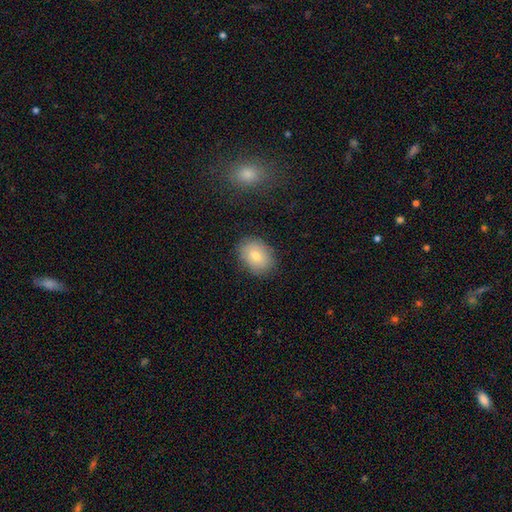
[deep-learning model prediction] Smooth or featured? Predicted: smooth (p=0.74). How rounded? Predicted: in between (p=0.65). Merging? Predicted: none (p=0.83).